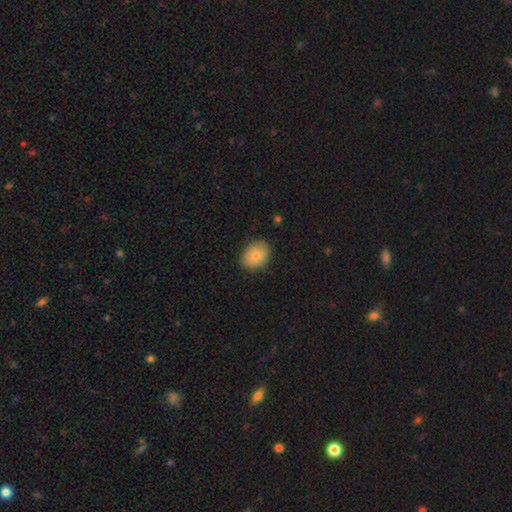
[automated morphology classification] Smooth or featured: smooth — 82% (featured or disk — 10%)
How rounded: in between — 54% (round — 45%)
Merging: none — 83% (minor disturbance — 13%)